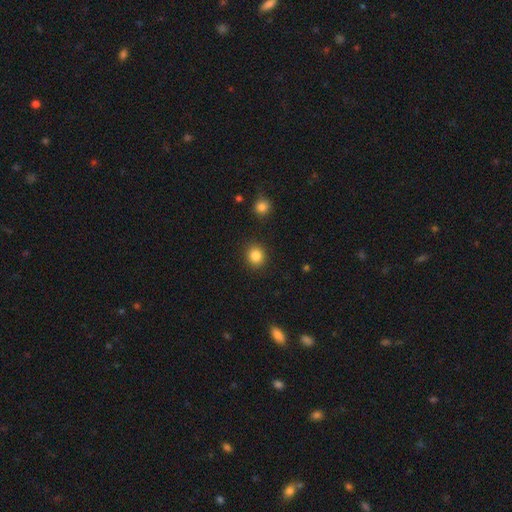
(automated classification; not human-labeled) Smooth or featured? Predicted: smooth (p=0.85). How rounded? Predicted: round (p=0.85). Merging? Predicted: none (p=0.90).